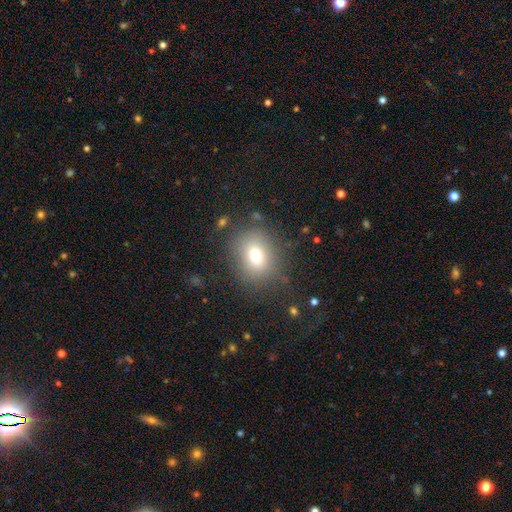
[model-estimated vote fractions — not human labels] The model was most divided on "how rounded": round: 61%, in between: 38%, cigar-shaped: 1%. More confident: merging — none (78%); smooth or featured — smooth (72%).